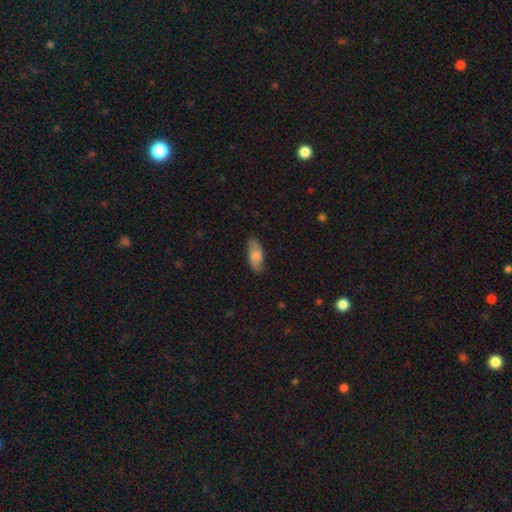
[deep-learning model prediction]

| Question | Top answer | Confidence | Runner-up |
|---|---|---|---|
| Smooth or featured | smooth | 71% | featured or disk (22%) |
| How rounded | in between | 87% | cigar-shaped (11%) |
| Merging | none | 79% | minor disturbance (16%) |